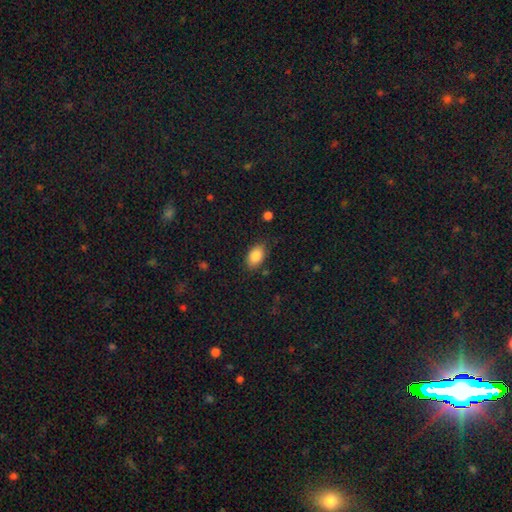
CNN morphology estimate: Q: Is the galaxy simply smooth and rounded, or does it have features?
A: smooth — 86%.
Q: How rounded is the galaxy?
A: in between — 89%.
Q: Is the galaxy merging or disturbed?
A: none — 81%.